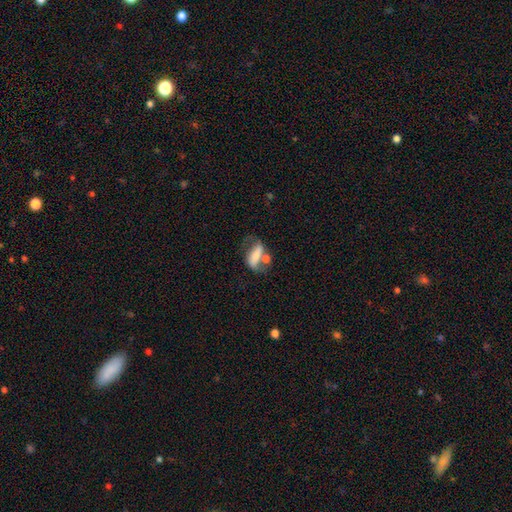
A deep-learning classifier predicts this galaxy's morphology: A featured or disk galaxy (47%). Merging: none (34%).